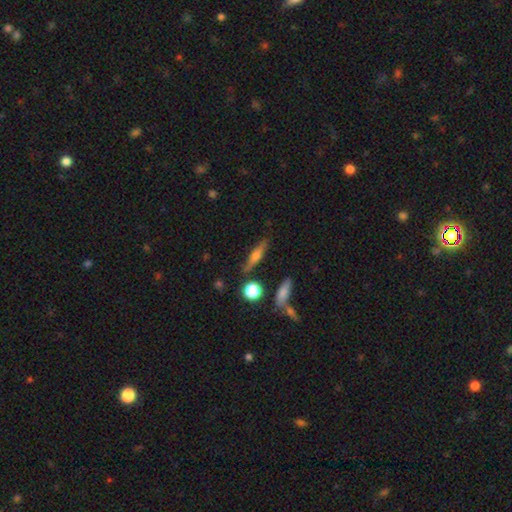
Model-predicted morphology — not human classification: A smooth galaxy with no disk features (47%).

Vote fractions:
- Smooth or featured? smooth: 47% / featured or disk: 44% / star or artifact: 9%
- Merging? none: 81% / minor disturbance: 12% / merger: 4% / major disturbance: 3%